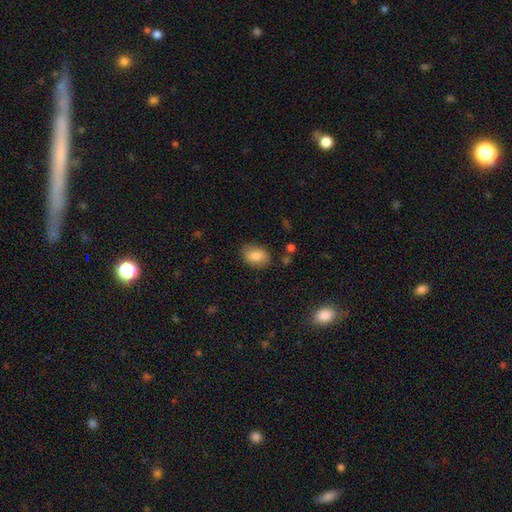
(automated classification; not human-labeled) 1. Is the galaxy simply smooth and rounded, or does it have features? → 84% smooth, 8% featured or disk, 7% star or artifact.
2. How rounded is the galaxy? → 85% in between, 13% round, 1% cigar-shaped.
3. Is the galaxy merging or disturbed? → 83% none, 12% minor disturbance, 3% major disturbance, 2% merger.